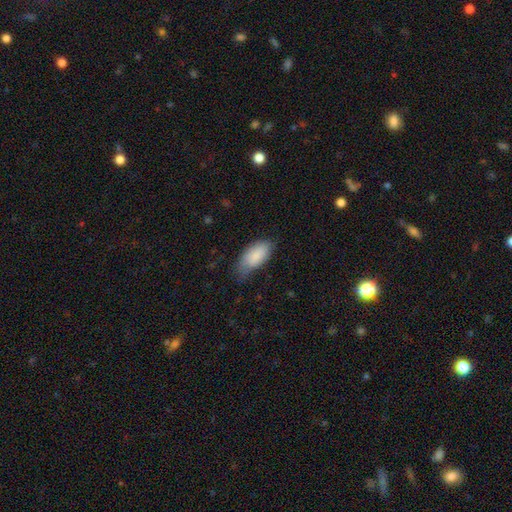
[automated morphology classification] smooth 85%, featured or disk 9%, star or artifact 6%. Down the decision tree: how rounded — in between (92%); merging — none (52%).